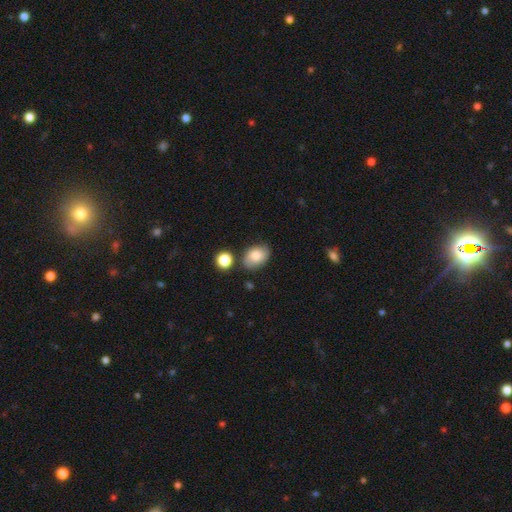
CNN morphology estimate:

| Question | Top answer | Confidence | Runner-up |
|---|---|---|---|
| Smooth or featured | smooth | 73% | featured or disk (18%) |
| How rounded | in between | 77% | round (22%) |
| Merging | none | 70% | minor disturbance (20%) |